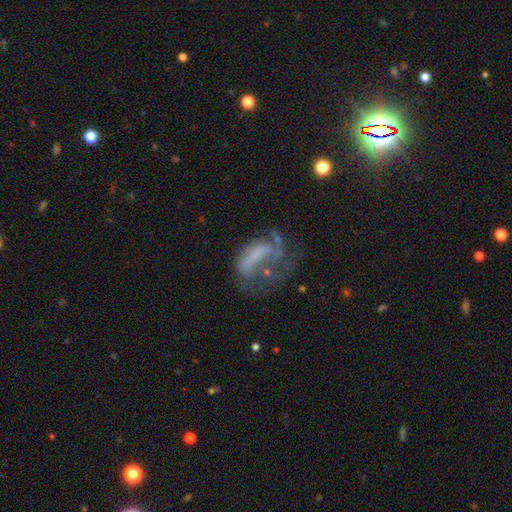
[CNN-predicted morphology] Smooth or featured?
  - featured or disk: 57% *
  - smooth: 29%
  - star or artifact: 14%
Edge-on disk?
  - no: 95% *
  - yes: 5%
Bar?
  - no: 56% *
  - weak: 26%
  - strong: 18%
Spiral arms?
  - no: 56% *
  - yes: 44%
Bulge size?
  - none: 62% *
  - small: 19%
  - moderate: 12%
  - large: 5%
  - dominant: 2%
Merging?
  - major disturbance: 51% *
  - none: 24%
  - minor disturbance: 17%
  - merger: 8%